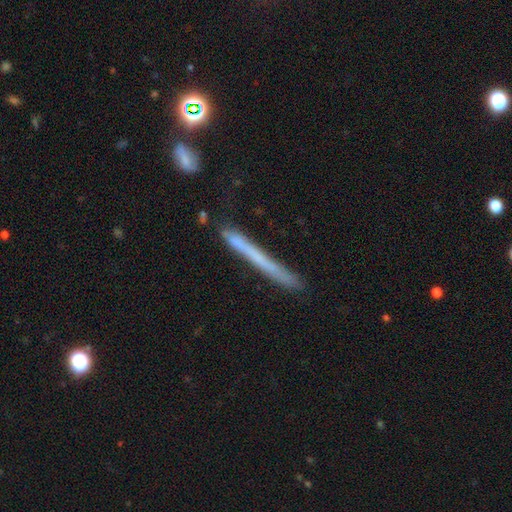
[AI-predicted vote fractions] smooth 48%, featured or disk 43%, star or artifact 9%. Down the decision tree: merging — none (73%).